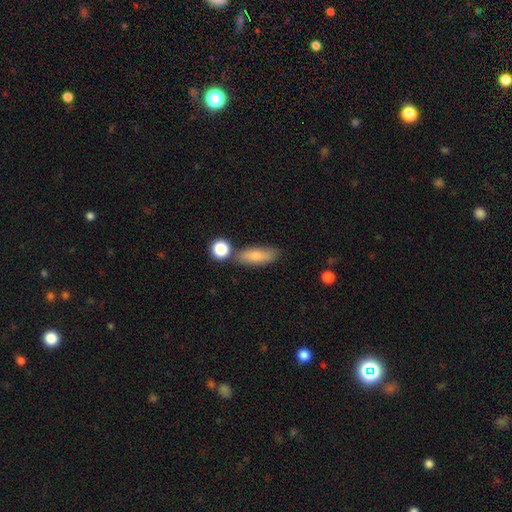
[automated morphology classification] smooth-or-featured: smooth: 76% | featured or disk: 16% | star or artifact: 8%
  how-rounded: in between: 63% | cigar-shaped: 32% | round: 5%
  merging: none: 66% | minor disturbance: 16% | merger: 13% | major disturbance: 5%